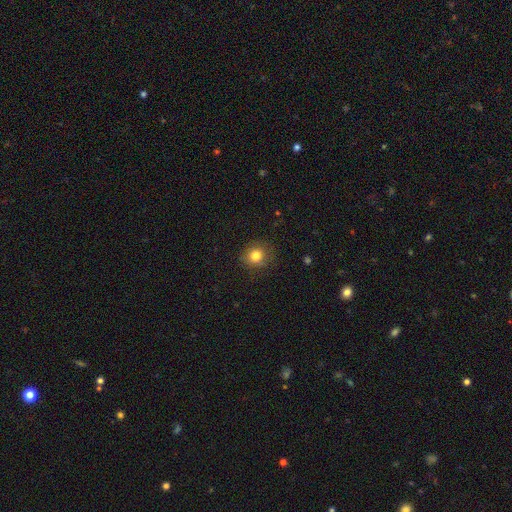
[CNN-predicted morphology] smooth_or_featured: smooth (p=0.82) [alt: star or artifact p=0.12]
how_rounded: round (p=0.86) [alt: in between p=0.13]
merging: none (p=0.84) [alt: minor disturbance p=0.12]